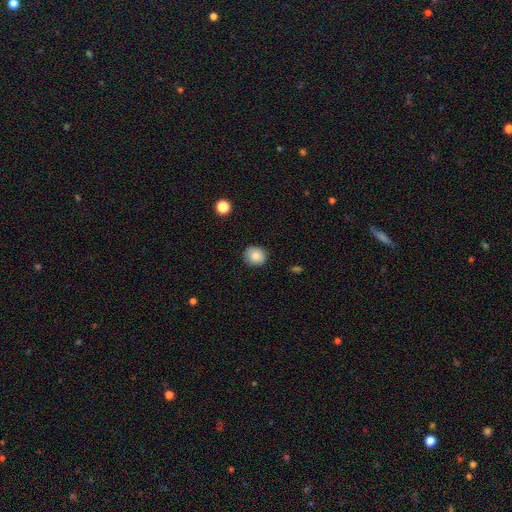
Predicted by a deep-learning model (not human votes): smooth_or_featured: smooth (p=0.84) [alt: star or artifact p=0.09]
how_rounded: round (p=0.79) [alt: in between p=0.20]
merging: none (p=0.86) [alt: minor disturbance p=0.11]